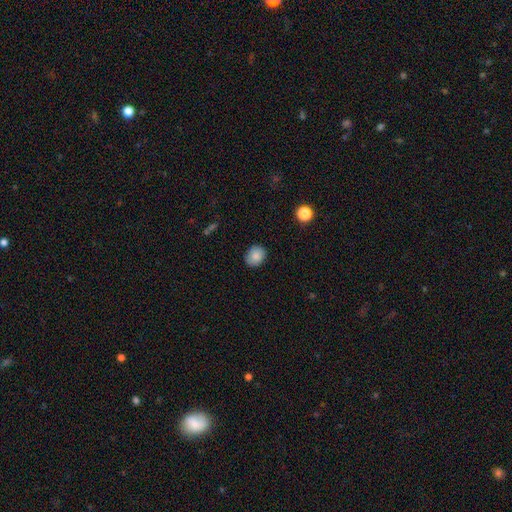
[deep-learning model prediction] This appears to be a smooth galaxy with no disk features (86%) that is round (58%). Merging: none (86%).